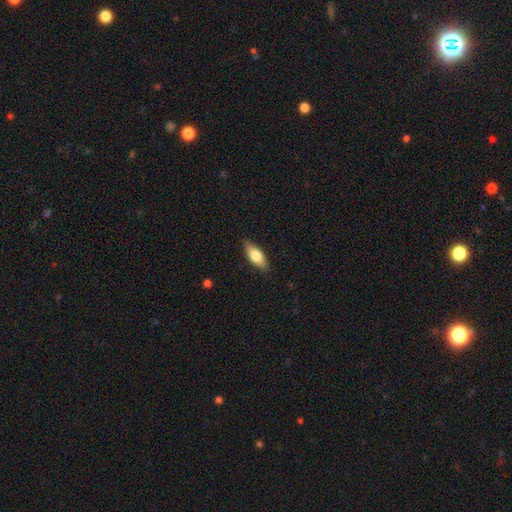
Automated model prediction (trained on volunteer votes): smooth_or_featured: smooth (p=0.69) [alt: featured or disk p=0.25]
how_rounded: in between (p=0.70) [alt: cigar-shaped p=0.27]
merging: none (p=0.87) [alt: minor disturbance p=0.10]